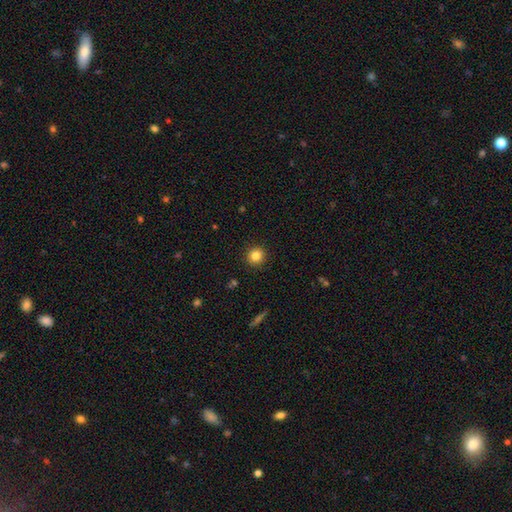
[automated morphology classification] smooth 83%, star or artifact 11%, featured or disk 6%. Down the decision tree: how rounded — round (93%); merging — none (92%).